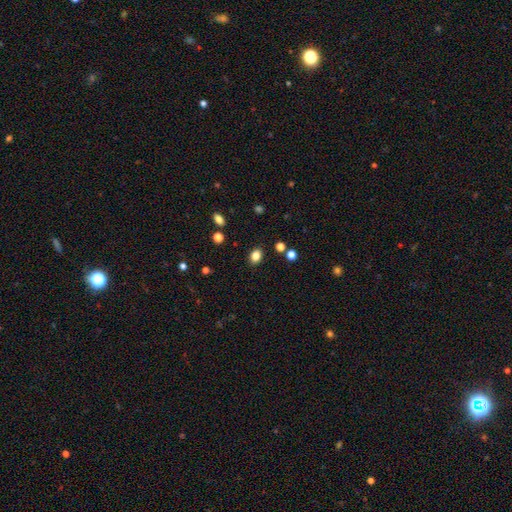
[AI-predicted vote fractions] A smooth galaxy with no disk features (83%) that is in between round and cigar-shaped (68%). Merging: none (87%).